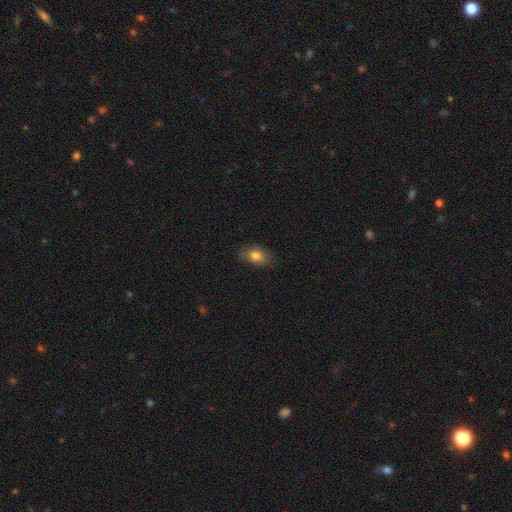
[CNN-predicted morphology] smooth_or_featured: smooth (p=0.80) [alt: featured or disk p=0.10]
how_rounded: in between (p=0.82) [alt: round p=0.15]
merging: none (p=0.79) [alt: minor disturbance p=0.17]